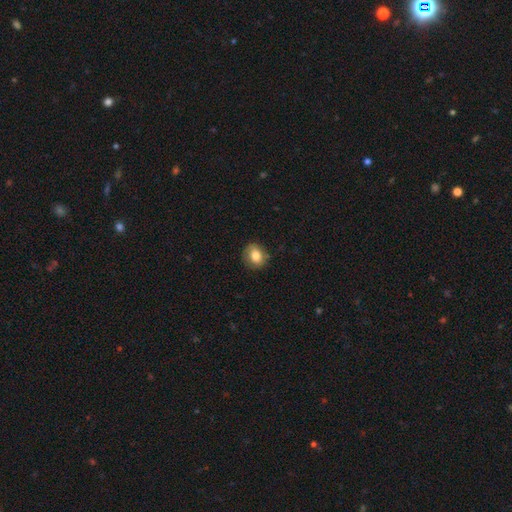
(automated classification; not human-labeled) smooth-or-featured: smooth: 80% | featured or disk: 11% | star or artifact: 9%
  how-rounded: round: 58% | in between: 41% | cigar-shaped: 1%
  merging: none: 82% | minor disturbance: 14% | major disturbance: 3% | merger: 1%